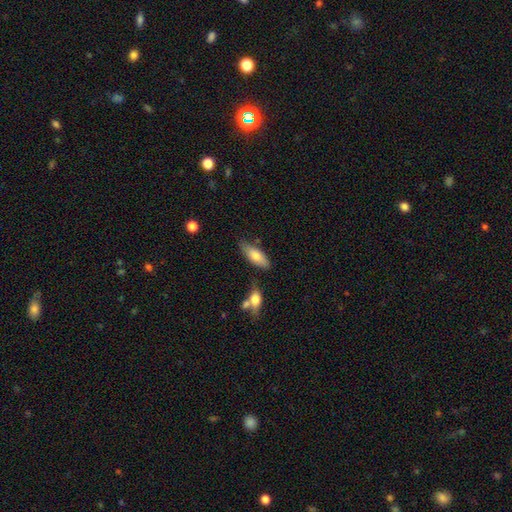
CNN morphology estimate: A smooth galaxy with no disk features (73%) that is in between round and cigar-shaped (68%).

Vote fractions:
- Smooth or featured? smooth: 73% / featured or disk: 21% / star or artifact: 6%
- How rounded? in between: 68% / cigar-shaped: 30% / round: 2%
- Merging? none: 68% / minor disturbance: 20% / merger: 9% / major disturbance: 4%